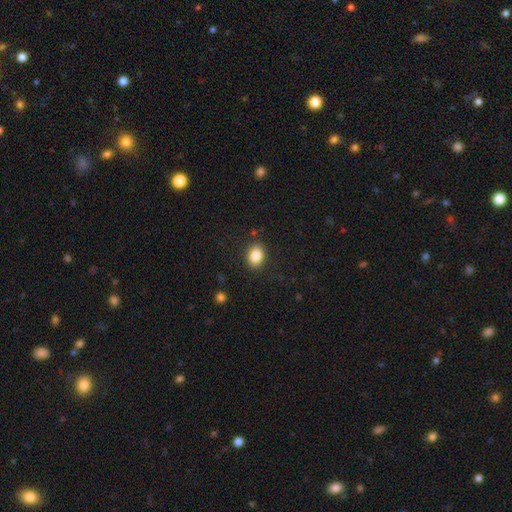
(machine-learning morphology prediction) smooth 85%, star or artifact 9%, featured or disk 6%. Down the decision tree: how rounded — in between (67%); merging — none (87%).